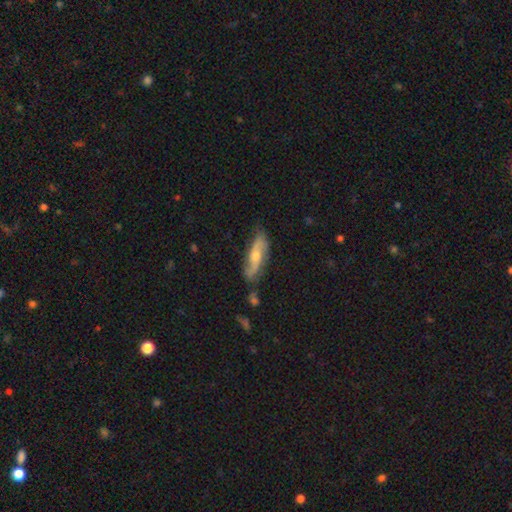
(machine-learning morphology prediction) featured or disk 63%, smooth 30%, star or artifact 6%. Down the decision tree: edge-on disk — no (72%); merging — none (73%).